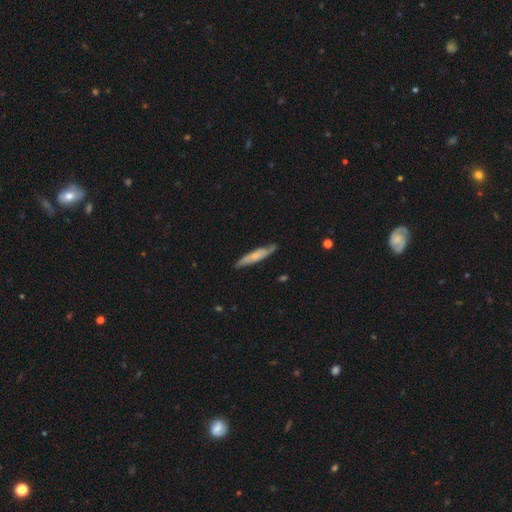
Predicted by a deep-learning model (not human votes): A smooth galaxy with no disk features (49%). Merging: none (78%).